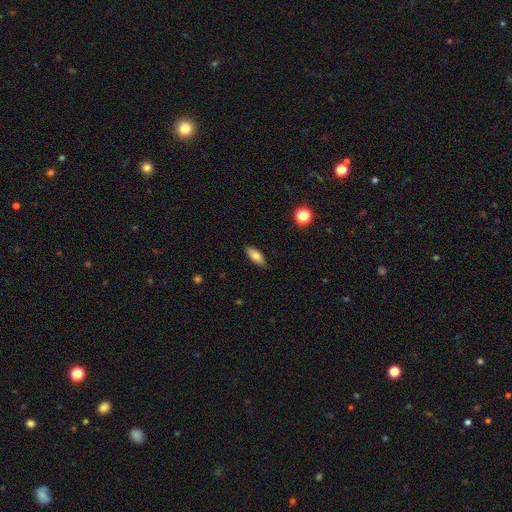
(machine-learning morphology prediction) Smooth or featured? smooth (77%)
How rounded? in between (78%)
Merging? none (88%)